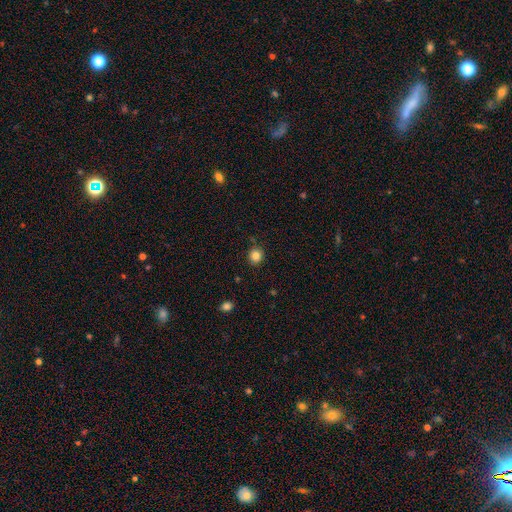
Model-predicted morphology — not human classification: type=smooth (84%); roundness=round (87%); merging=none (87%).